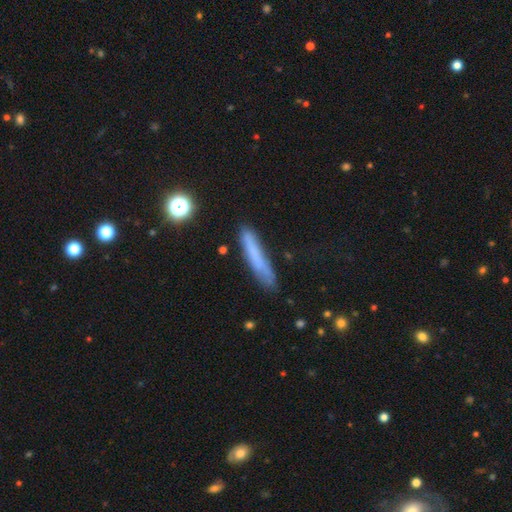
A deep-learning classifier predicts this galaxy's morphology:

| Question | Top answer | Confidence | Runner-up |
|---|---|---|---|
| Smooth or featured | smooth | 67% | featured or disk (23%) |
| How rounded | cigar-shaped | 92% | in between (7%) |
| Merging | none | 75% | minor disturbance (18%) |